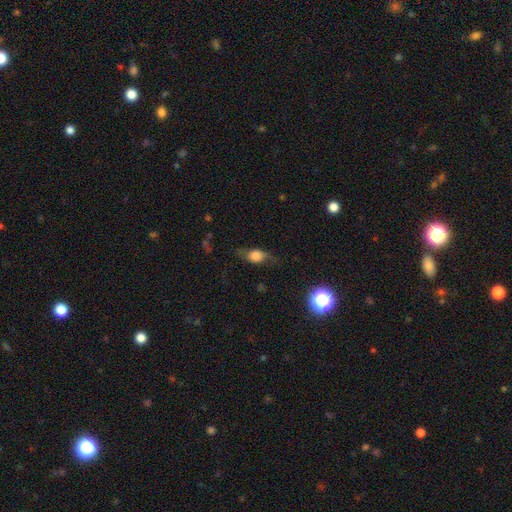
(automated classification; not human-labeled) This is possibly a smooth galaxy (59%). How rounded: likely in between (65%). Merging: likely none (62%).